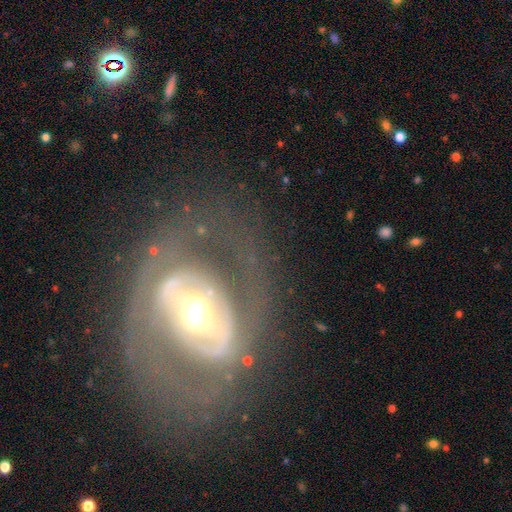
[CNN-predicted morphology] Smooth or featured? Predicted: featured or disk (p=0.78). Edge-on disk? Predicted: no (p=0.93). Bar? Predicted: strong (p=0.42). Spiral arms? Predicted: yes (p=0.59). Bulge size? Predicted: moderate (p=0.58). Merging? Predicted: none (p=0.66).